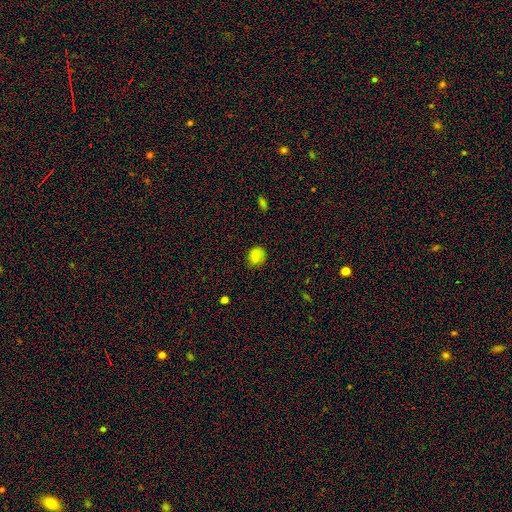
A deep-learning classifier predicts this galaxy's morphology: A smooth galaxy with no disk features (81%) that is round (67%). Merging: none (75%).